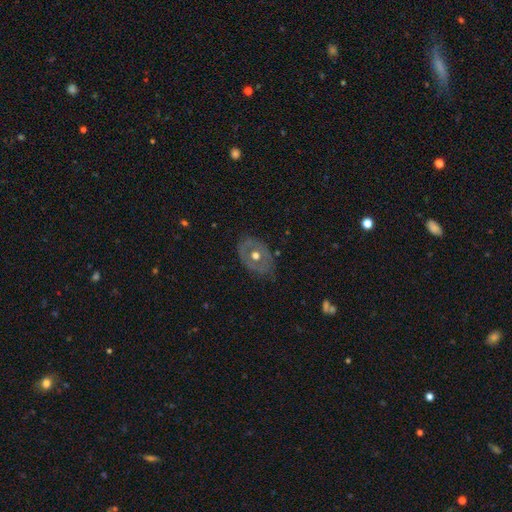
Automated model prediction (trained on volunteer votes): The model was most divided on "smooth or featured": featured or disk: 58%, smooth: 35%, star or artifact: 7%. More confident: edge-on disk — no (93%); bar — no (90%); bulge size — moderate (82%); spiral arms — no (81%); merging — none (73%).